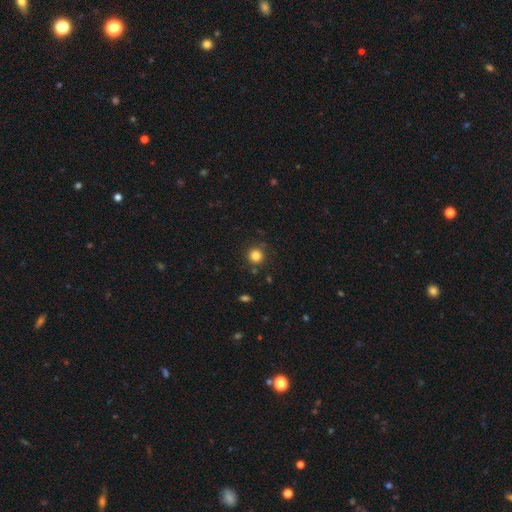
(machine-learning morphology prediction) Overall: smooth (83%). How rounded: round (94%). Merging: none (85%).